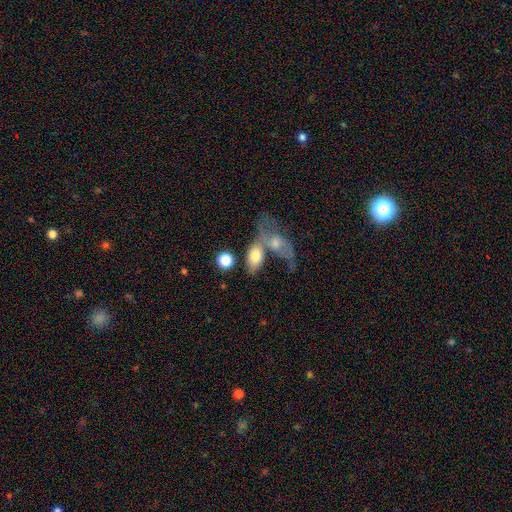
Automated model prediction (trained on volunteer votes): This is likely a smooth galaxy (73%). How rounded: clearly in between (85%). Merging: possibly merger (51%).